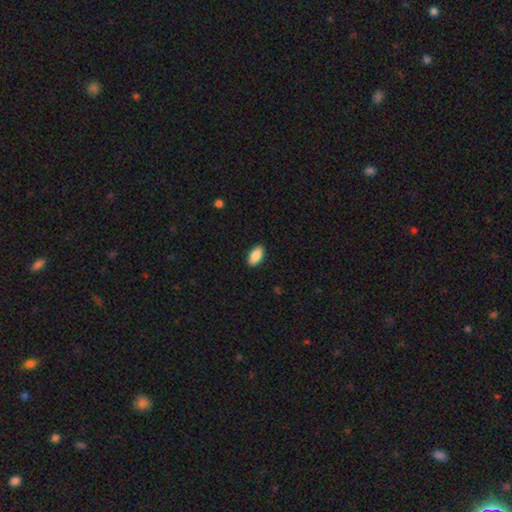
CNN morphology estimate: Smooth or featured? Predicted: smooth (p=0.89). How rounded? Predicted: in between (p=0.93). Merging? Predicted: none (p=0.90).